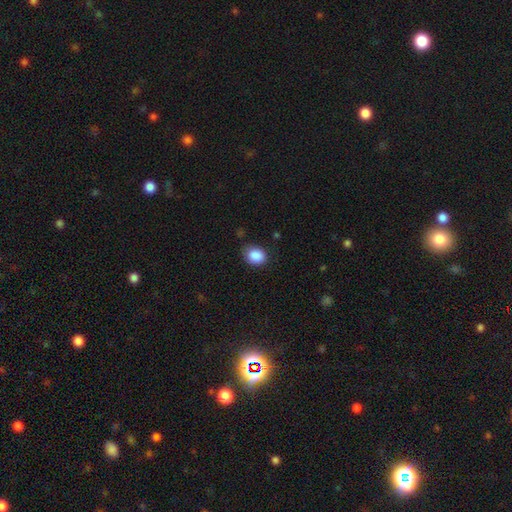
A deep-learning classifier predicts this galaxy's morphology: smooth 88%, star or artifact 8%, featured or disk 4%. Down the decision tree: how rounded — in between (51%); merging — none (75%).